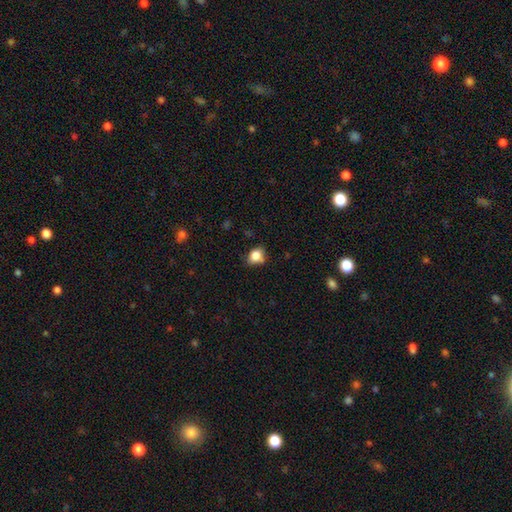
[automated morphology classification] smooth 82%, star or artifact 10%, featured or disk 8%. Down the decision tree: how rounded — round (51%); merging — none (63%).